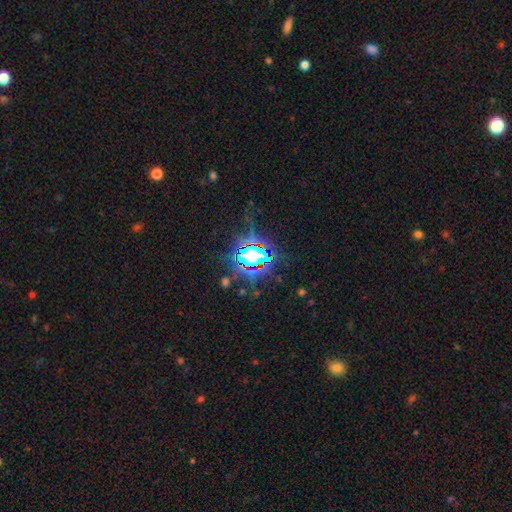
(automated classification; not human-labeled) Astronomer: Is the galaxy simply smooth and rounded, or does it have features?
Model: star or artifact — 82%.